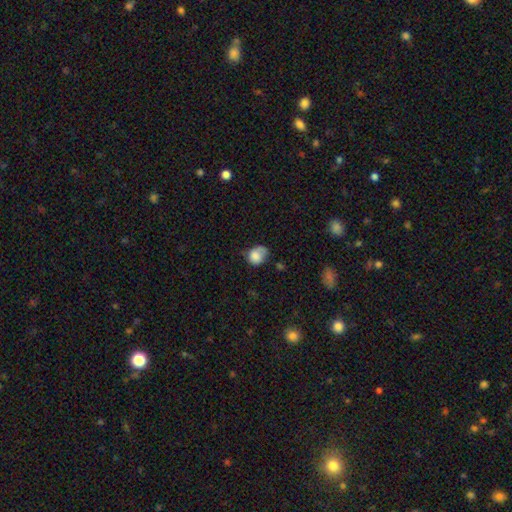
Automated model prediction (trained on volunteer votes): Smooth or featured? smooth (79%)
How rounded? round (55%)
Merging? minor disturbance (39%, tied with none)